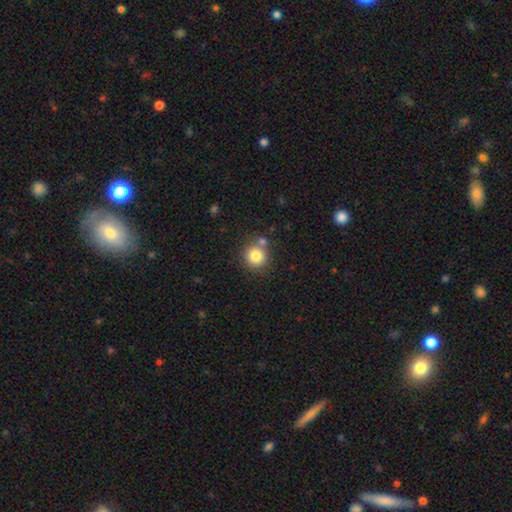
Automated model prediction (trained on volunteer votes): Smooth or featured?
  - smooth: 82% *
  - star or artifact: 11%
  - featured or disk: 7%
How rounded?
  - round: 92% *
  - in between: 7%
  - cigar-shaped: 1%
Merging?
  - none: 74% *
  - merger: 13%
  - minor disturbance: 10%
  - major disturbance: 3%